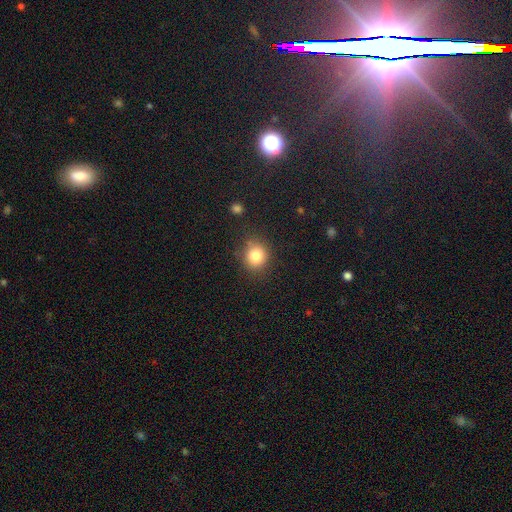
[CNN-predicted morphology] Smooth or featured?
  - smooth: 82% *
  - star or artifact: 11%
  - featured or disk: 7%
How rounded?
  - round: 81% *
  - in between: 19%
  - cigar-shaped: 1%
Merging?
  - none: 81% *
  - minor disturbance: 13%
  - major disturbance: 4%
  - merger: 3%